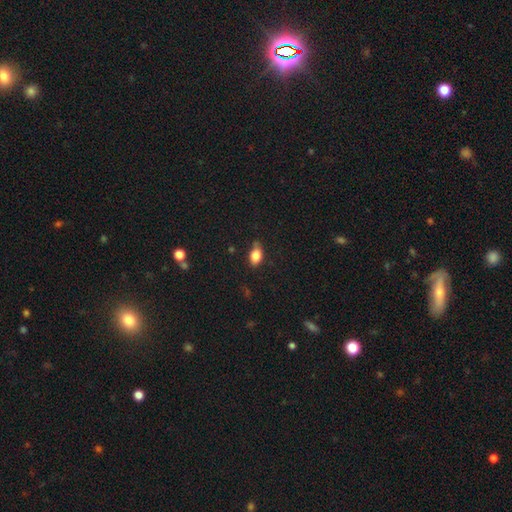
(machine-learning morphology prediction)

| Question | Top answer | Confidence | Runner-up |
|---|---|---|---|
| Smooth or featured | smooth | 83% | star or artifact (9%) |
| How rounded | in between | 86% | round (11%) |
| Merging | none | 69% | minor disturbance (24%) |